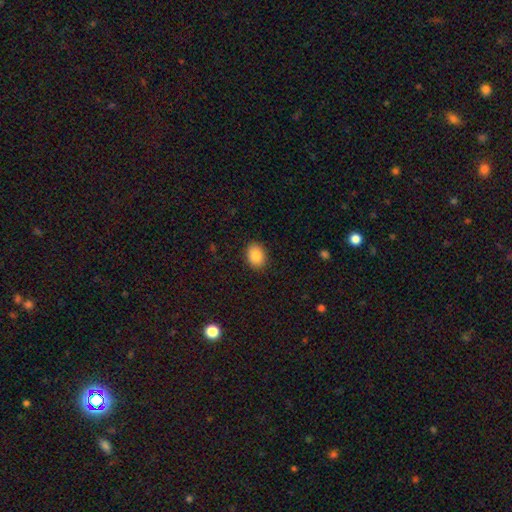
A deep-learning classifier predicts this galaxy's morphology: Smooth or featured? smooth (86%)
How rounded? in between (69%)
Merging? none (89%)